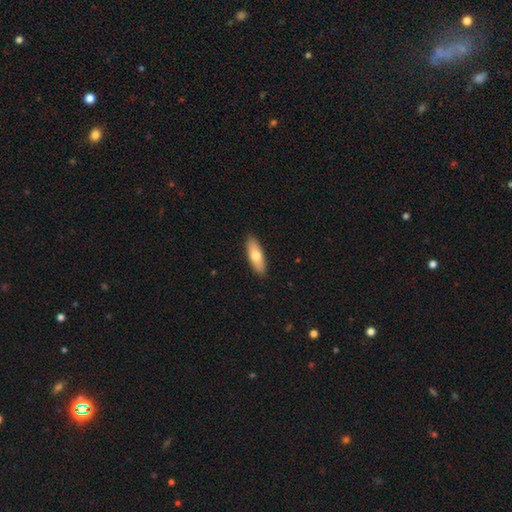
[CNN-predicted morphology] type=smooth (68%); roundness=in between (61%); merging=none (90%).